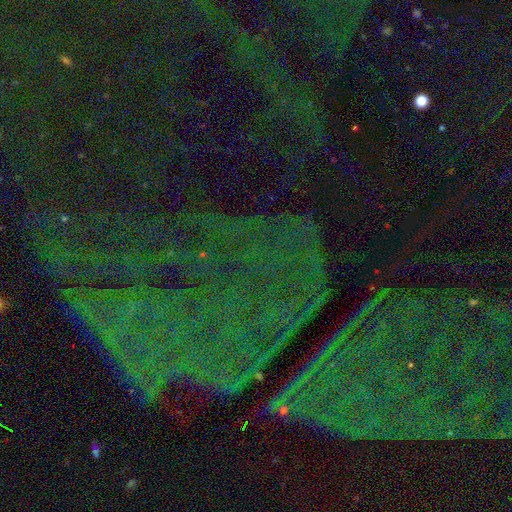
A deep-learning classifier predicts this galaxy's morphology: Overall: star or artifact (83%).